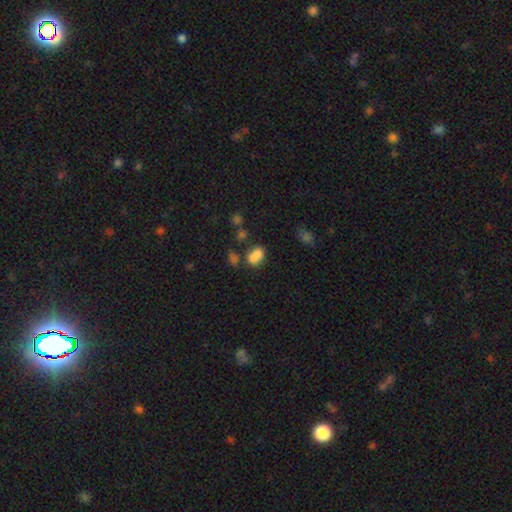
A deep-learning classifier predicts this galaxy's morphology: Smooth or featured: smooth — 75% (star or artifact — 13%)
How rounded: in between — 71% (round — 27%)
Merging: merger — 43% (none — 35%)